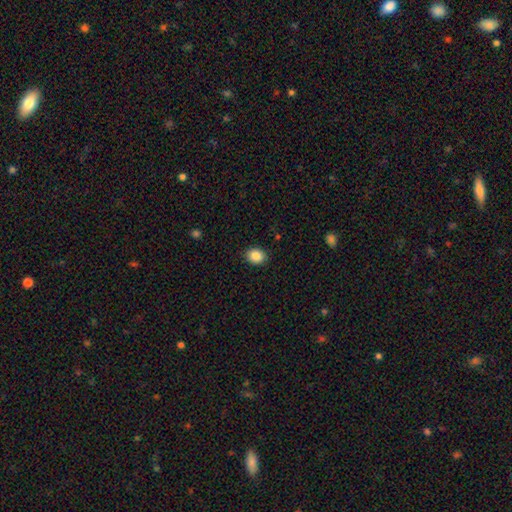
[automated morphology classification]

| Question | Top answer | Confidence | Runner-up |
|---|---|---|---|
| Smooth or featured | smooth | 87% | star or artifact (9%) |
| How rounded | in between | 50% | round (49%) |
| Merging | none | 89% | minor disturbance (8%) |